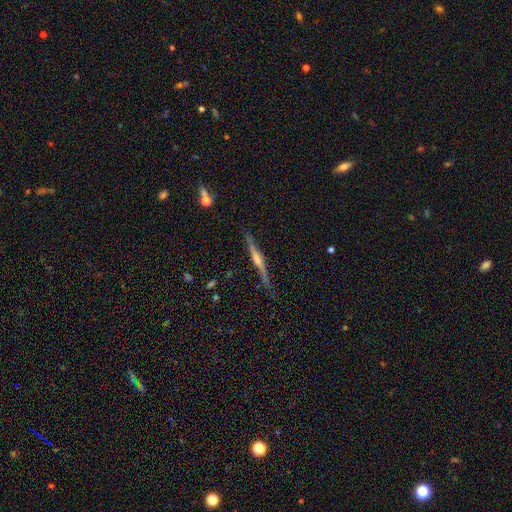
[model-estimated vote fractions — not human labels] This is clearly a featured or disk galaxy (82%). It is clearly viewed edge-on (98%). Edge-on bulge: clearly rounded (83%). Merging: clearly none (85%).